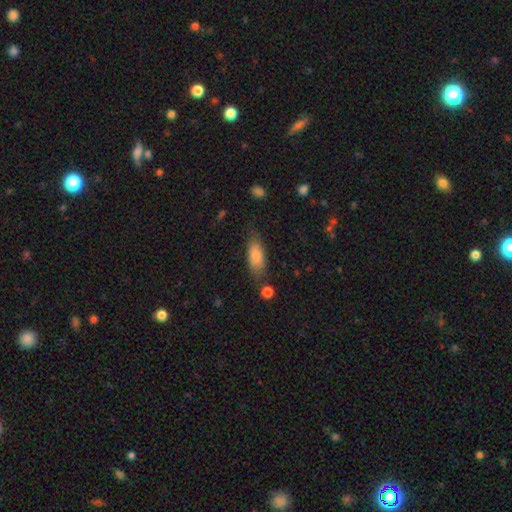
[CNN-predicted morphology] This is likely a smooth galaxy (79%). How rounded: likely in between (78%). Merging: likely none (71%).